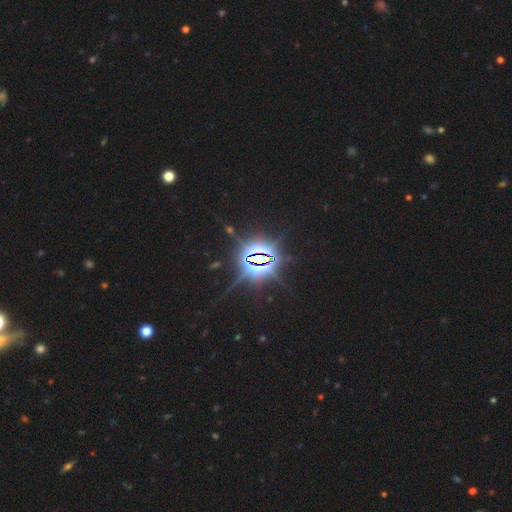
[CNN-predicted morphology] Smooth or featured: star or artifact — 87% (smooth — 7%)